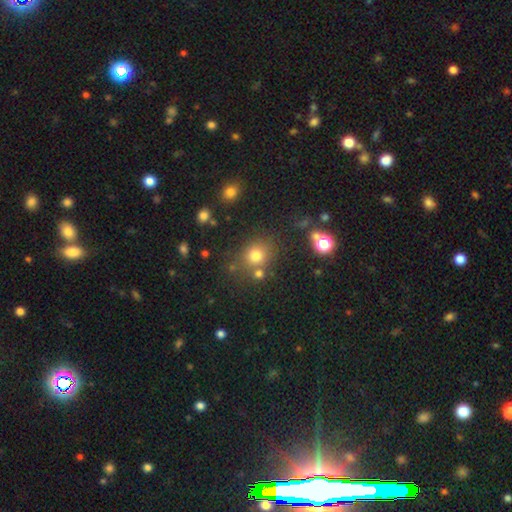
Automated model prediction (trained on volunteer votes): Smooth or featured?
  - smooth: 74% *
  - star or artifact: 18%
  - featured or disk: 8%
How rounded?
  - round: 79% *
  - in between: 20%
  - cigar-shaped: 1%
Merging?
  - none: 71% *
  - merger: 13%
  - minor disturbance: 11%
  - major disturbance: 5%